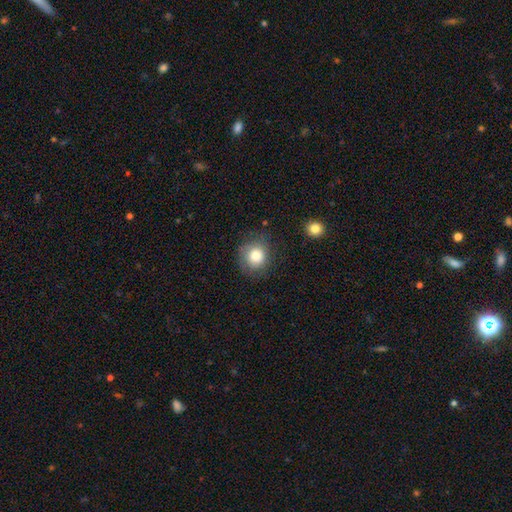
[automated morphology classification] A smooth galaxy with no disk features (81%) that is round (83%).

Vote fractions:
- Smooth or featured? smooth: 81% / featured or disk: 10% / star or artifact: 9%
- How rounded? round: 83% / in between: 16% / cigar-shaped: 1%
- Merging? none: 74% / minor disturbance: 18% / major disturbance: 6% / merger: 2%